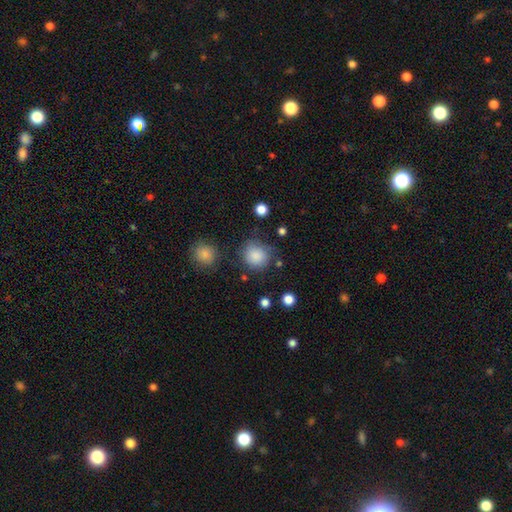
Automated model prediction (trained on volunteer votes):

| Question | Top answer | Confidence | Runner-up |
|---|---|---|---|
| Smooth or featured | smooth | 84% | star or artifact (9%) |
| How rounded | round | 87% | in between (12%) |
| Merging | none | 67% | minor disturbance (19%) |